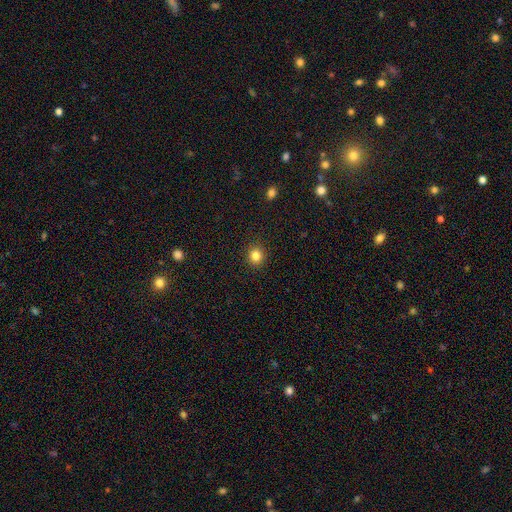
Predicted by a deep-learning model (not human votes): Smooth or featured? Predicted: smooth (p=0.83). How rounded? Predicted: round (p=0.86). Merging? Predicted: none (p=0.91).